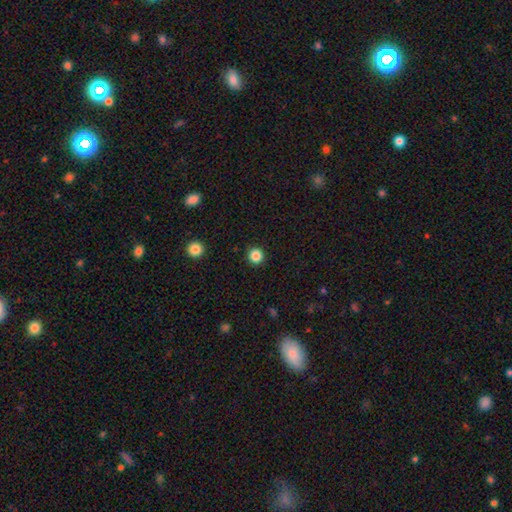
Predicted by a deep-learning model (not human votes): This is clearly a smooth galaxy (85%). How rounded: clearly round (95%). Merging: clearly none (92%).